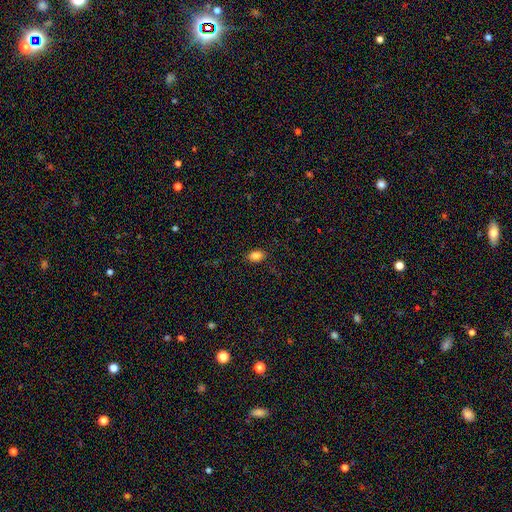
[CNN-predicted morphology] smooth_or_featured: smooth (p=0.85) [alt: star or artifact p=0.11]
how_rounded: in between (p=0.83) [alt: round p=0.16]
merging: none (p=0.86) [alt: minor disturbance p=0.11]